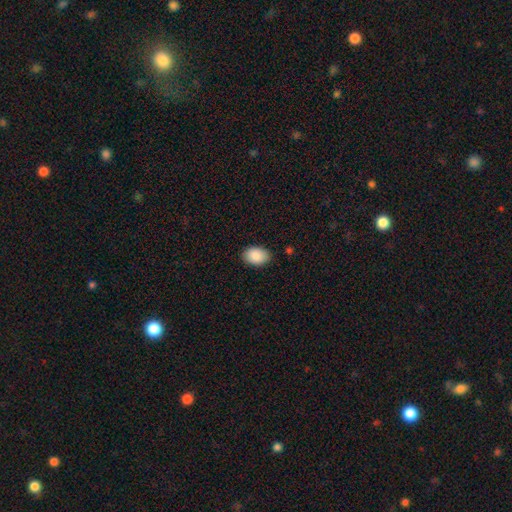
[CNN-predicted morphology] type=smooth (90%); roundness=in between (86%); merging=none (86%).